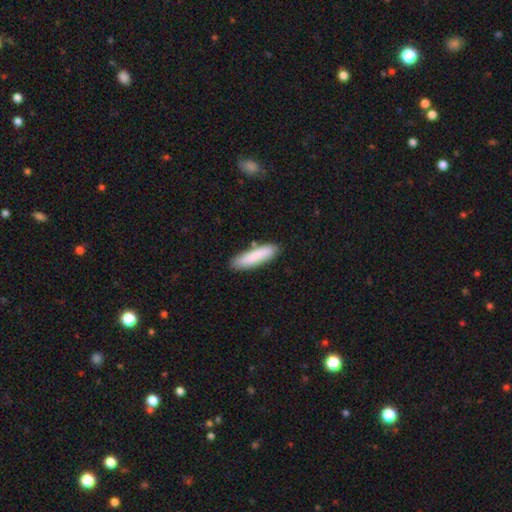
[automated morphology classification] This appears to be a smooth galaxy with no disk features (85%) that is cigar-shaped (73%). Merging: none (84%).